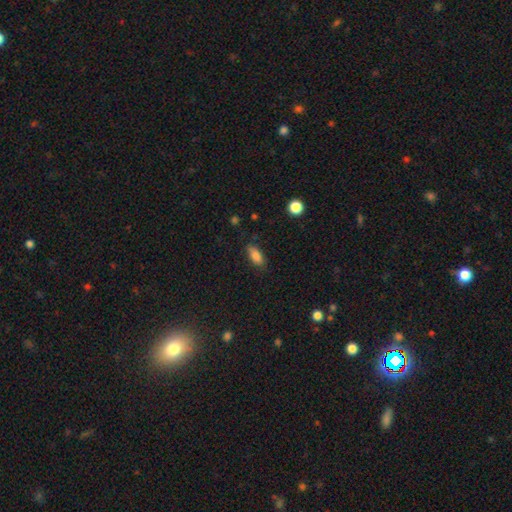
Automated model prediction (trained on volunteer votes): Overall: smooth (86%). How rounded: in between (86%). Merging: none (83%).